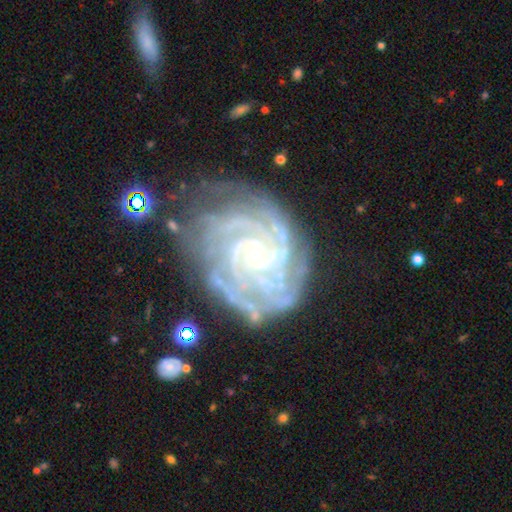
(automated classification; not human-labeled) smooth-or-featured: featured or disk: 91% | star or artifact: 5% | smooth: 3%
  disk-edge-on: no: 98% | yes: 2%
    bar: no: 70% | weak: 21% | strong: 8%
    has-spiral-arms: yes: 98% | no: 2%
      spiral-winding: tight: 79% | medium: 18% | loose: 3%
      spiral-arm-count: 4: 28% | 3: 19% | can't tell: 18% | more than 4: 15% | 2: 13% | 1: 7%
    bulge-size: small: 85% | moderate: 11% | none: 2% | large: 1% | dominant: 1%
  merging: none: 67% | minor disturbance: 22% | major disturbance: 9% | merger: 2%